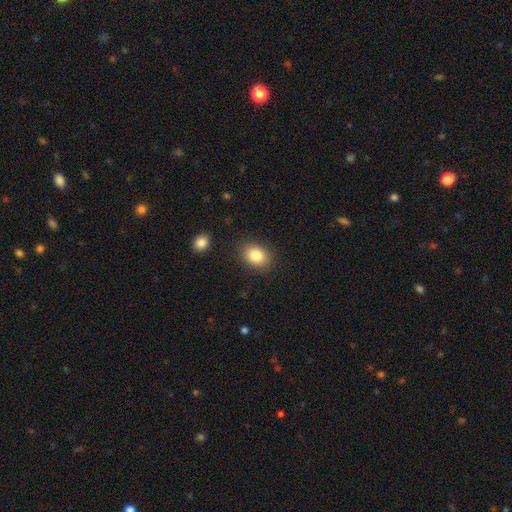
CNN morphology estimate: smooth-or-featured: smooth: 83% | star or artifact: 9% | featured or disk: 8%
  how-rounded: in between: 62% | round: 37% | cigar-shaped: 1%
  merging: none: 87% | minor disturbance: 9% | major disturbance: 3% | merger: 2%